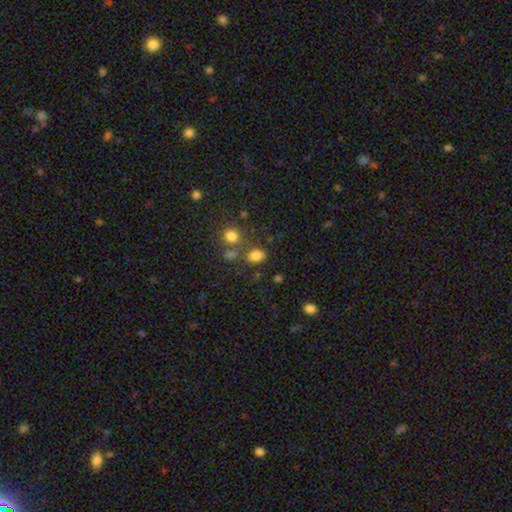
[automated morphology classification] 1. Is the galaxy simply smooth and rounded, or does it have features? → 81% smooth, 13% star or artifact, 6% featured or disk.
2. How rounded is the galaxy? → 70% in between, 29% round, 1% cigar-shaped.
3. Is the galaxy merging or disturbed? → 66% none, 16% merger, 13% minor disturbance, 5% major disturbance.